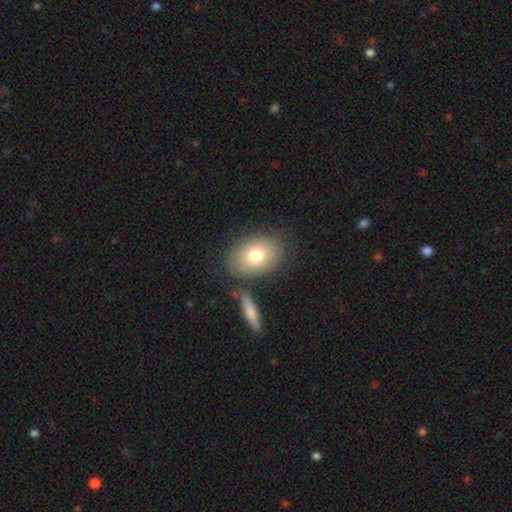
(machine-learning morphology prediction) Overall: smooth (75%). How rounded: in between (74%). Merging: none (76%).